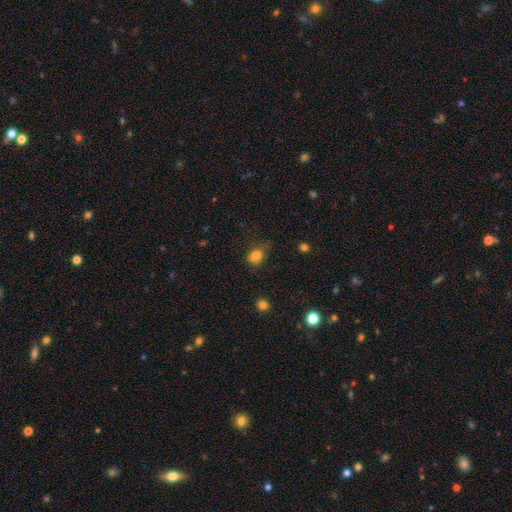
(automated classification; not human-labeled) Smooth or featured: smooth — 81% (star or artifact — 13%)
How rounded: round — 59% (in between — 40%)
Merging: none — 56% (minor disturbance — 30%)